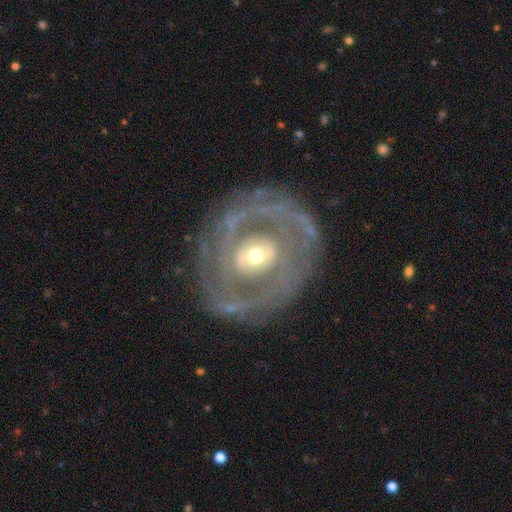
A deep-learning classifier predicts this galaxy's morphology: A featured or disk galaxy (80%) with no bar (57%), 2 (38%) tight (60%) spiral arms (68%) and a moderate central bulge (57%). Merging: none (74%).